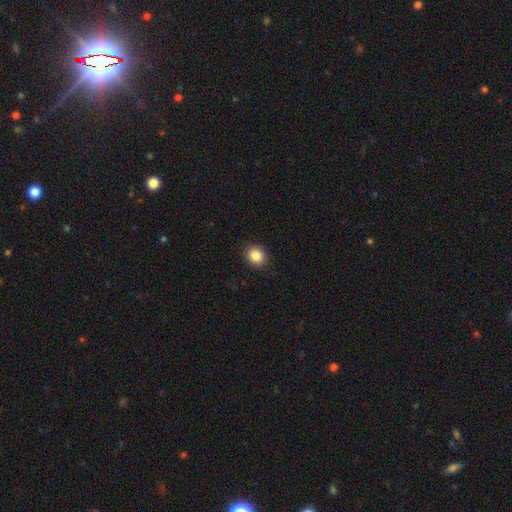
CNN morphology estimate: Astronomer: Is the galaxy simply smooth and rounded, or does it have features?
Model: smooth — 86%.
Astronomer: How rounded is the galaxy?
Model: round — 67%.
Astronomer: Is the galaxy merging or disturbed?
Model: none — 91%.